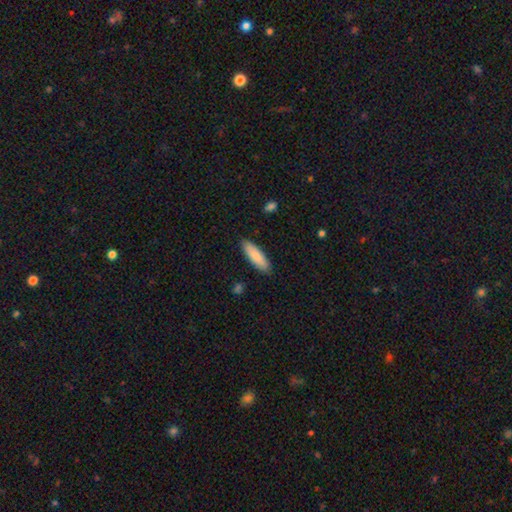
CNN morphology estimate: smooth-or-featured: smooth: 86% | featured or disk: 9% | star or artifact: 6%
  how-rounded: cigar-shaped: 54% | in between: 44% | round: 1%
  merging: none: 88% | minor disturbance: 9% | major disturbance: 2% | merger: 1%